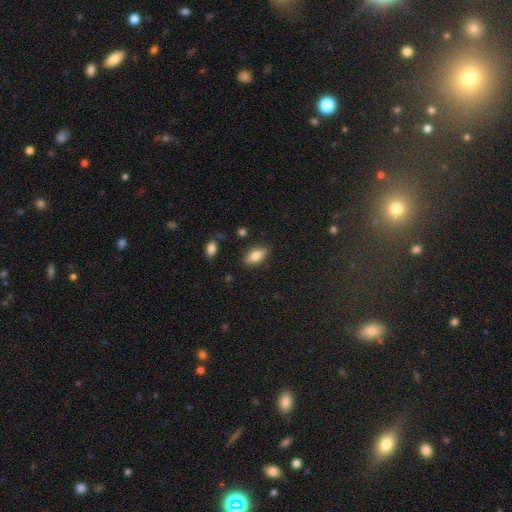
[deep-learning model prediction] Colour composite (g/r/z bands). It shows a smooth galaxy with no disk features (74%) that is in between round and cigar-shaped (86%). Merging: none (84%).